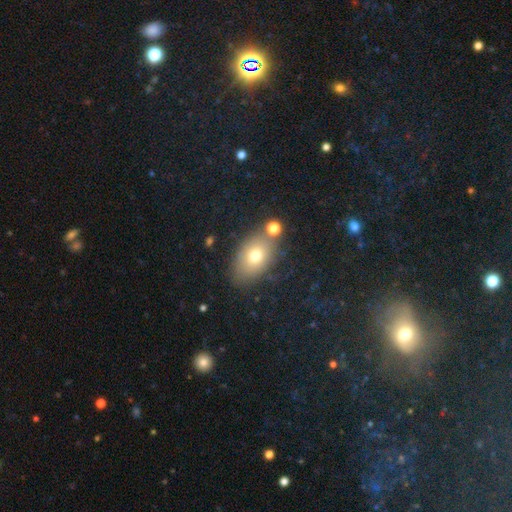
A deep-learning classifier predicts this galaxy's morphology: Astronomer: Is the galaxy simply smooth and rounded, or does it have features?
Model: smooth — 63%.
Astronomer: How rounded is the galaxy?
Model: in between — 78%.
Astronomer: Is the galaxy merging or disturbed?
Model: none — 79%.